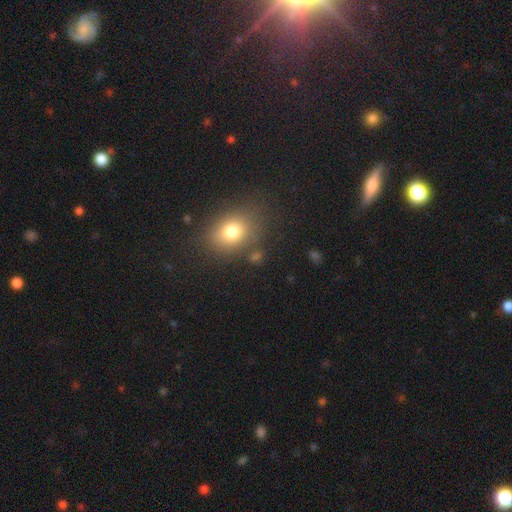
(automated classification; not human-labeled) smooth 73%, star or artifact 16%, featured or disk 10%. Down the decision tree: how rounded — in between (55%); merging — none (77%).